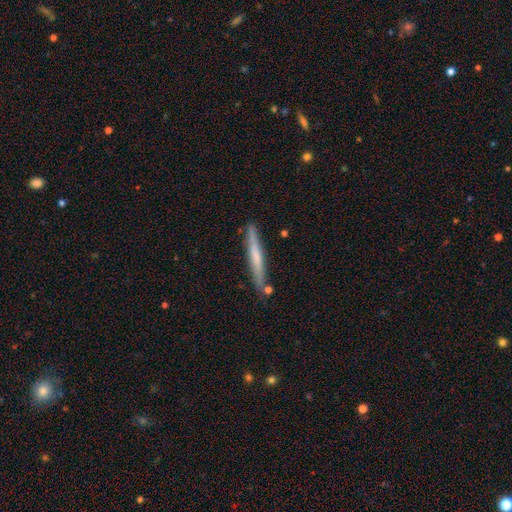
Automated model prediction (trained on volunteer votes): This is possibly a smooth galaxy (57%). How rounded: clearly cigar-shaped (96%). Merging: clearly none (84%).